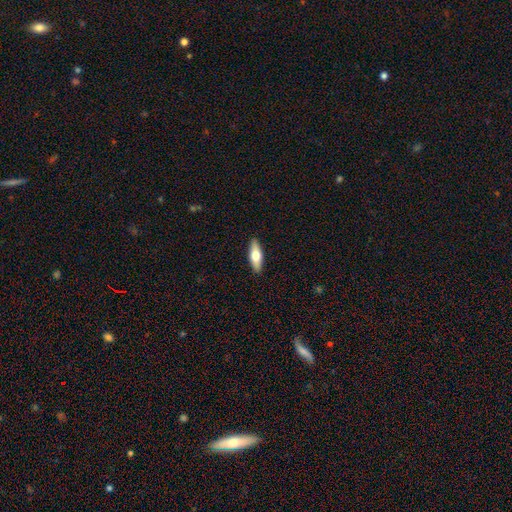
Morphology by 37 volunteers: type=smooth (65%); roundness=cigar-shaped (54%); merging=none (89%).